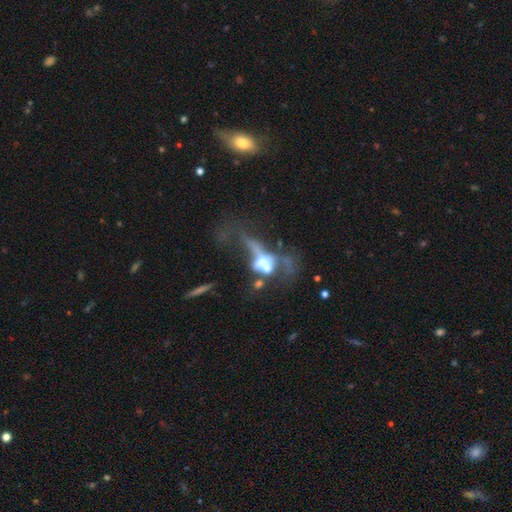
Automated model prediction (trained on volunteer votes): This is possibly a featured or disk galaxy (57%). It is likely not viewed edge-on (70%). Merging: marginally major disturbance (40%).